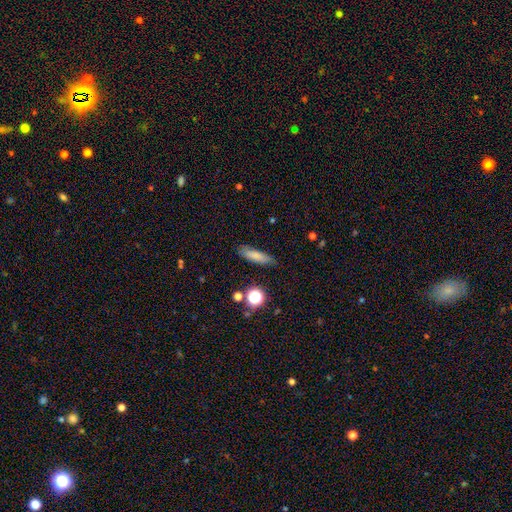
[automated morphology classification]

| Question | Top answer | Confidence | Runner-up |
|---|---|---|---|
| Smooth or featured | smooth | 78% | featured or disk (12%) |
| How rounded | cigar-shaped | 66% | in between (31%) |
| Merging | none | 78% | minor disturbance (16%) |